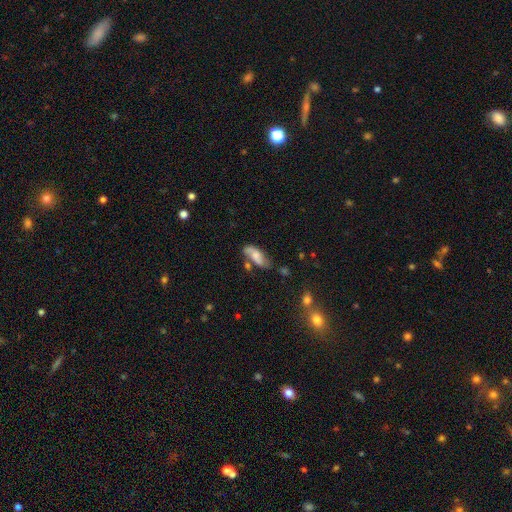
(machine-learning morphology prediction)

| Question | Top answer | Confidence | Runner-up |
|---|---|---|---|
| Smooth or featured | featured or disk | 47% | smooth (45%) |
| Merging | none | 54% | minor disturbance (25%) |